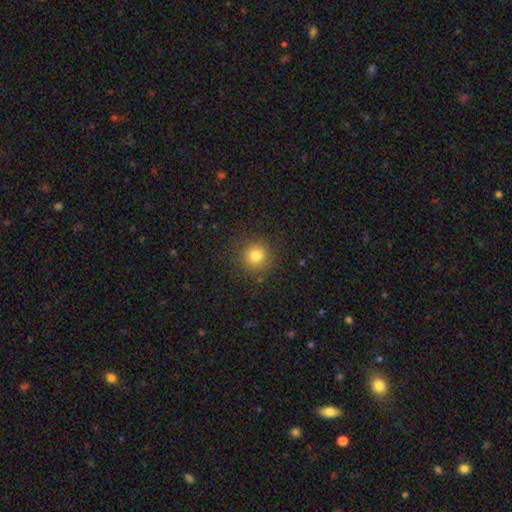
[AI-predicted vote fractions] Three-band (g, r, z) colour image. It shows a smooth galaxy with no disk features (80%) that is round (93%). Merging: none (87%).